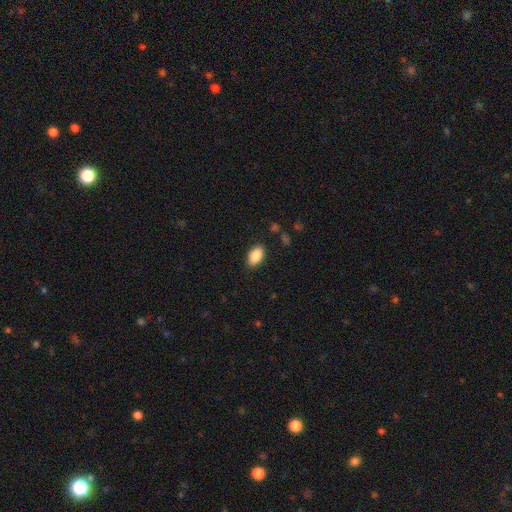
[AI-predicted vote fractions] Smooth or featured? smooth (86%)
How rounded? in between (91%)
Merging? none (88%)